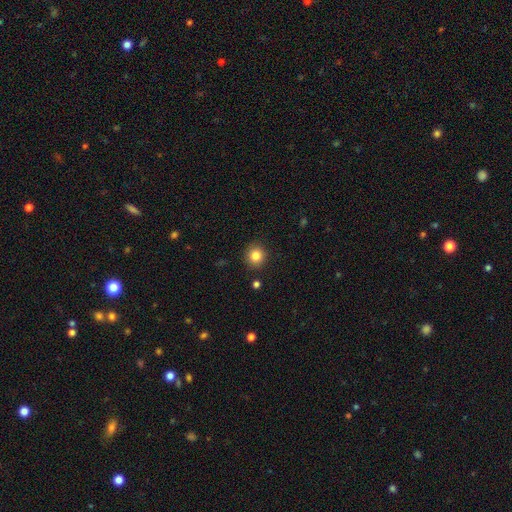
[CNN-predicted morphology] This appears to be a smooth galaxy with no disk features (84%) that is round (92%). Merging: none (91%).